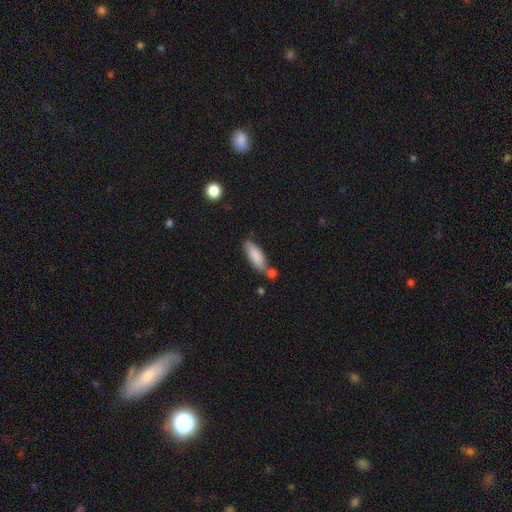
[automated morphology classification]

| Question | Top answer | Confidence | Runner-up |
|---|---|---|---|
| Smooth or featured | smooth | 85% | featured or disk (9%) |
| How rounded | in between | 59% | cigar-shaped (39%) |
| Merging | none | 62% | minor disturbance (18%) |